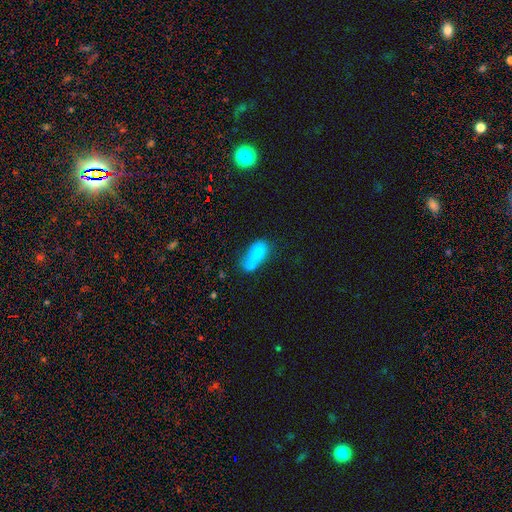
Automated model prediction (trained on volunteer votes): A smooth galaxy with no disk features (72%) that is in between round and cigar-shaped (76%).

Vote fractions:
- Smooth or featured? smooth: 72% / featured or disk: 19% / star or artifact: 10%
- How rounded? in between: 76% / round: 16% / cigar-shaped: 8%
- Merging? merger: 58% / none: 22% / minor disturbance: 13% / major disturbance: 8%